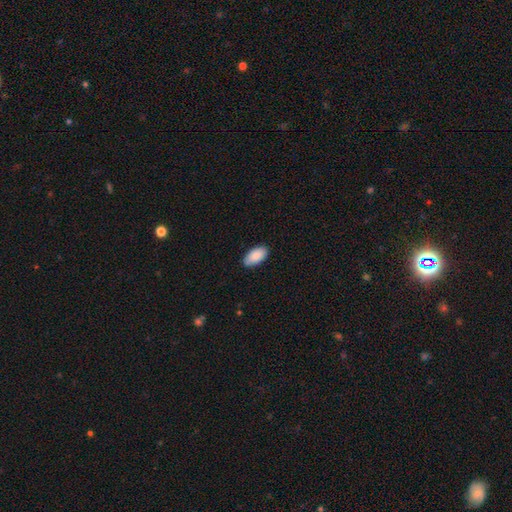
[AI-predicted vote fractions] smooth_or_featured: smooth (p=0.89) [alt: star or artifact p=0.06]
how_rounded: in between (p=0.95) [alt: cigar-shaped p=0.03]
merging: none (p=0.83) [alt: minor disturbance p=0.14]